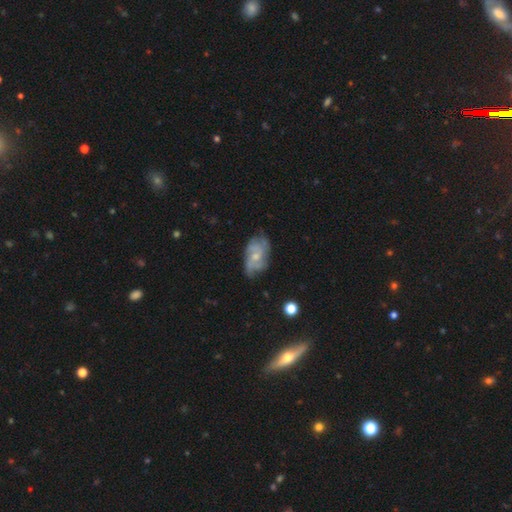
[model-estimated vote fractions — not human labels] Morphology: type=featured or disk (72%); edge-on=no (96%); bar=no (67%); spiral arms=yes (86%); winding=medium (43%); arm count=can't tell (35%); bulge=small (54%); merging=none (63%).